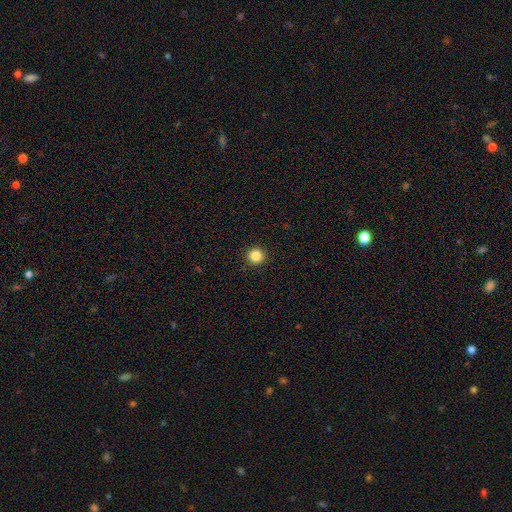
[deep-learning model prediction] Q: Smooth or featured?
A: smooth (86%); runner-up: star or artifact (11%)
Q: How rounded?
A: round (95%); runner-up: in between (4%)
Q: Merging?
A: none (93%); runner-up: minor disturbance (4%)